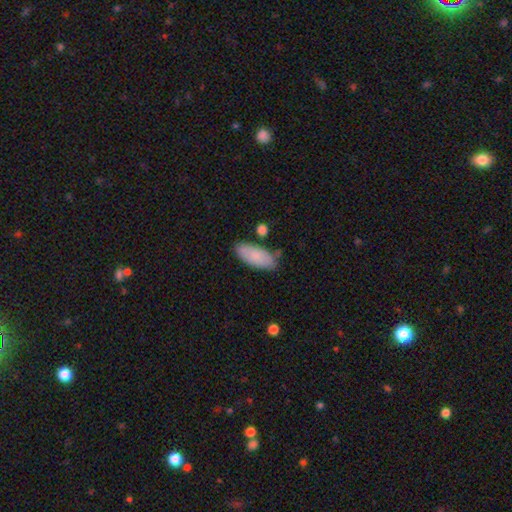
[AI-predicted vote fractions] A smooth galaxy with no disk features (85%) that is in between round and cigar-shaped (84%). Merging: none (77%).